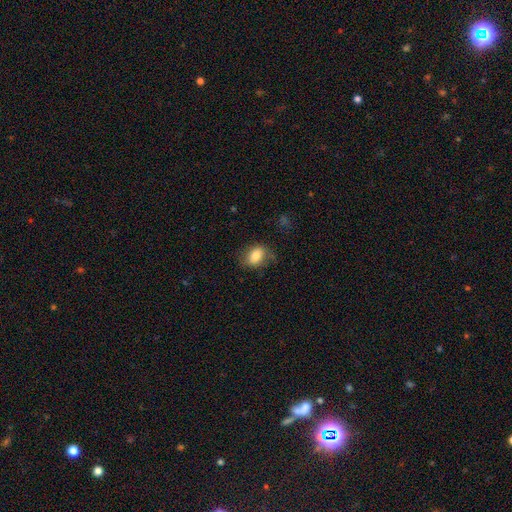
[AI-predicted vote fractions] smooth_or_featured: smooth (p=0.80) [alt: featured or disk p=0.12]
how_rounded: in between (p=0.74) [alt: round p=0.24]
merging: none (p=0.68) [alt: minor disturbance p=0.22]